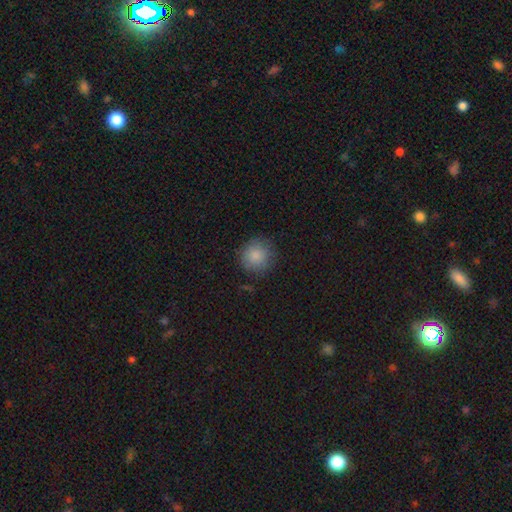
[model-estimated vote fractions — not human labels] smooth-or-featured: smooth: 86% | star or artifact: 8% | featured or disk: 5%
  how-rounded: round: 92% | in between: 7% | cigar-shaped: 1%
  merging: none: 83% | minor disturbance: 13% | major disturbance: 3% | merger: 1%